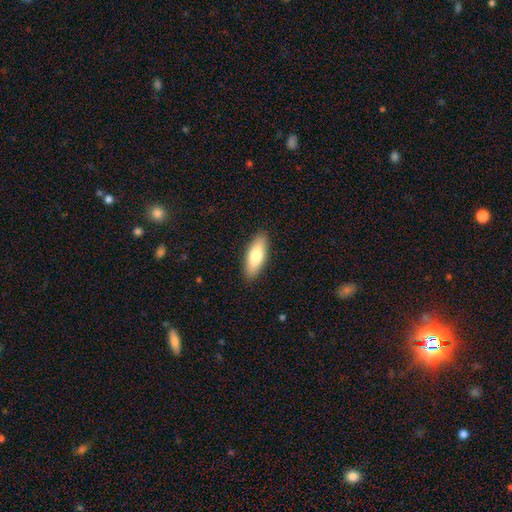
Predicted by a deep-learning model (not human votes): Smooth or featured: smooth — 76% (featured or disk — 18%)
How rounded: in between — 66% (cigar-shaped — 32%)
Merging: none — 89% (minor disturbance — 8%)